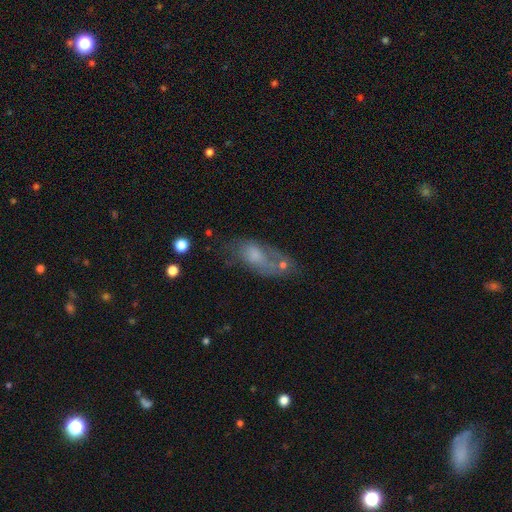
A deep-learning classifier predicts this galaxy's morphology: Smooth or featured? smooth (53%)
How rounded? in between (81%)
Merging? none (35%)